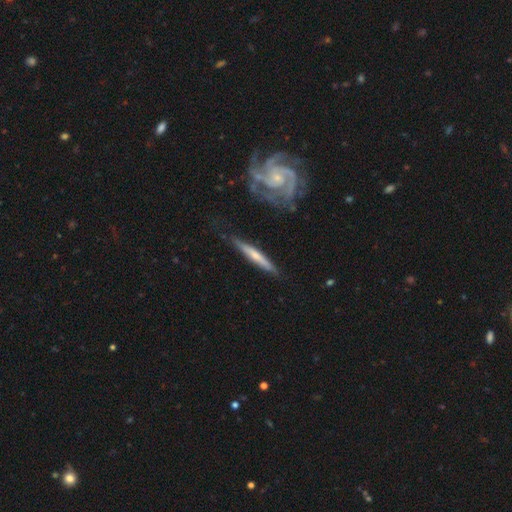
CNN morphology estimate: The model was most divided on "smooth or featured": featured or disk: 57%, smooth: 38%, star or artifact: 5%. More confident: edge-on disk — yes (85%); merging — none (79%).